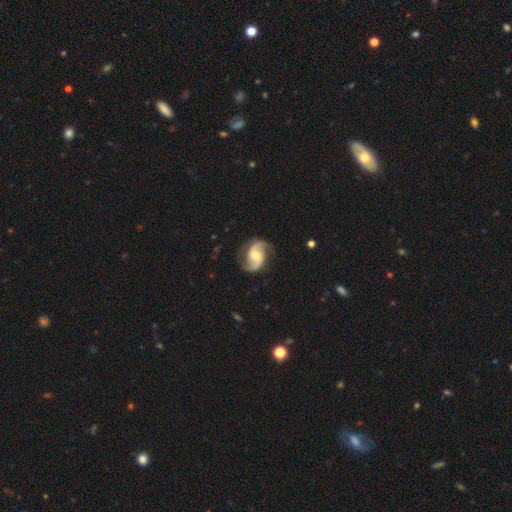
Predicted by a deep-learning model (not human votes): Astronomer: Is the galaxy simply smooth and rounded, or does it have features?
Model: featured or disk — 90%.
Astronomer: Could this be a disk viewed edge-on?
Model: no — 98%.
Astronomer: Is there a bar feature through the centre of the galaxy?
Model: no — 47% (runner-up: weak, 40%).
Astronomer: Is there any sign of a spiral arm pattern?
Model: yes — 97%.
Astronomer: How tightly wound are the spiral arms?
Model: medium — 49% (runner-up: loose, 37%).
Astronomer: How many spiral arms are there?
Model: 2 — 94%.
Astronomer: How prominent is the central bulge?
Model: moderate — 60%.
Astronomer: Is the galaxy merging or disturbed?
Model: none — 81%.